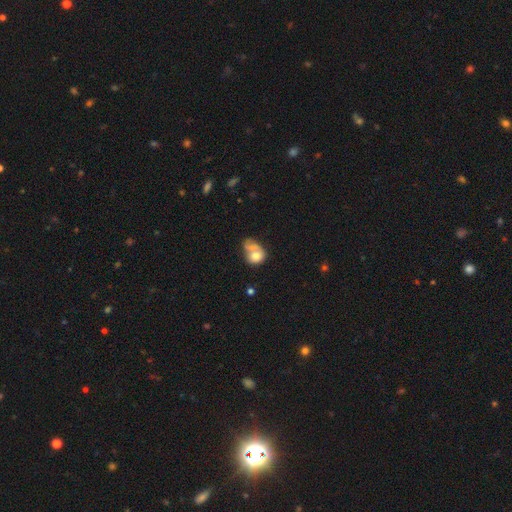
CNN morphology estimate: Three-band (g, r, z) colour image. It shows a smooth galaxy with no disk features (63%) that is round (52%). Merging: merger (45%).